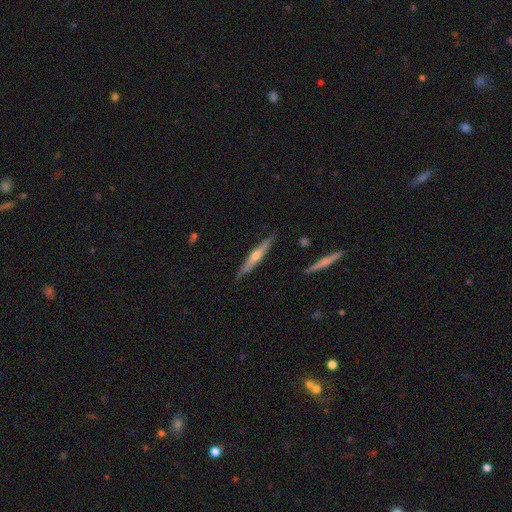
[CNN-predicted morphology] Smooth or featured? Predicted: featured or disk (p=0.63). Edge-on disk? Predicted: yes (p=0.95). Edge-on bulge? Predicted: rounded (p=0.80). Merging? Predicted: none (p=0.86).